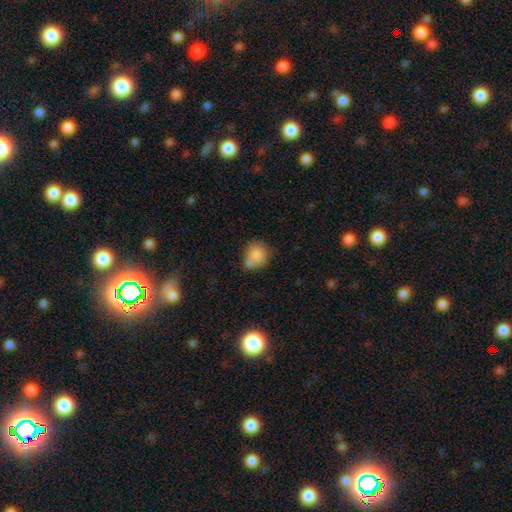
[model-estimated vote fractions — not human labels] Q: Smooth or featured?
A: smooth (84%); runner-up: star or artifact (8%)
Q: How rounded?
A: round (76%); runner-up: in between (23%)
Q: Merging?
A: none (54%); runner-up: merger (21%)